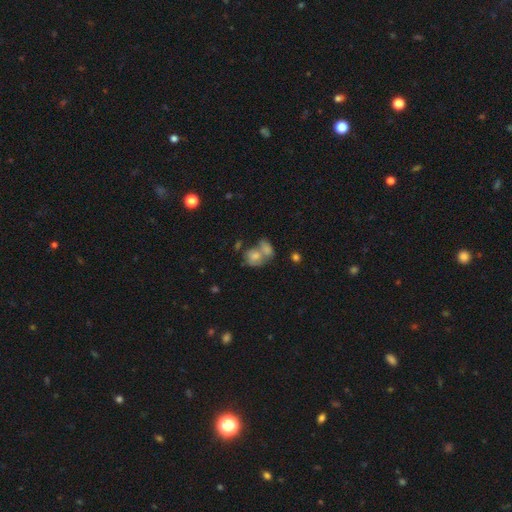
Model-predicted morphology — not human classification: Smooth or featured? Predicted: smooth (p=0.68). How rounded? Predicted: round (p=0.50). Merging? Predicted: merger (p=0.56).